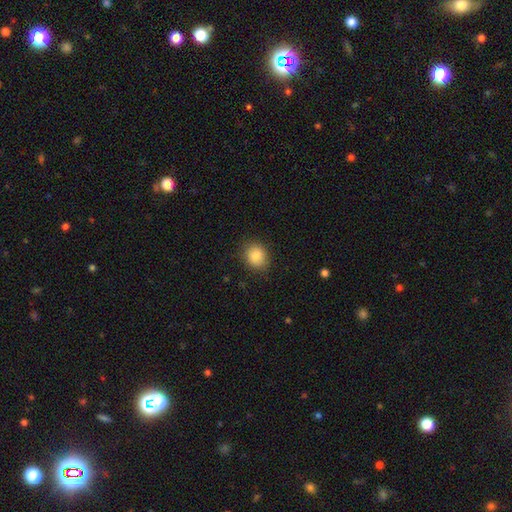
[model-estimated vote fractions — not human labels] A smooth galaxy with no disk features (86%) that is round (69%).

Vote fractions:
- Smooth or featured? smooth: 86% / star or artifact: 9% / featured or disk: 6%
- How rounded? round: 69% / in between: 30% / cigar-shaped: 1%
- Merging? none: 85% / minor disturbance: 11% / major disturbance: 3% / merger: 1%